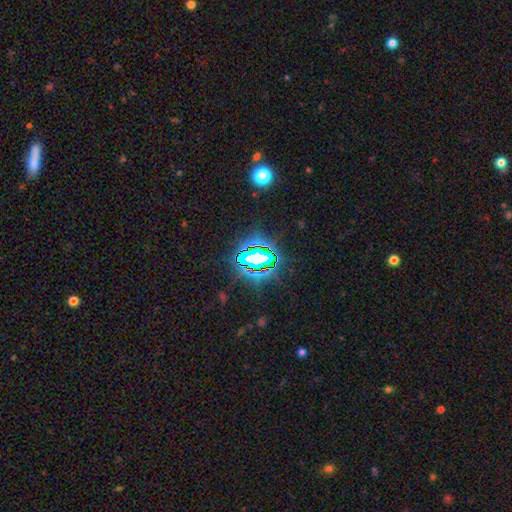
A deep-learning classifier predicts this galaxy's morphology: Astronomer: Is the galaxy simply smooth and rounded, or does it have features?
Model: star or artifact — 77%.